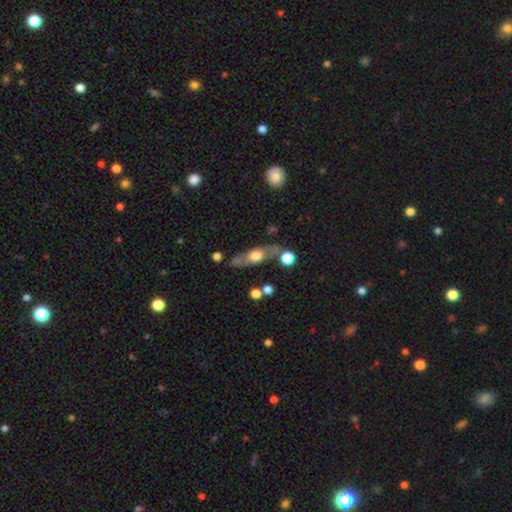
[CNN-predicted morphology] Smooth or featured?
  - featured or disk: 55% *
  - smooth: 39%
  - star or artifact: 7%
Edge-on disk?
  - yes: 69% *
  - no: 31%
Merging?
  - none: 74% *
  - minor disturbance: 15%
  - merger: 7%
  - major disturbance: 5%